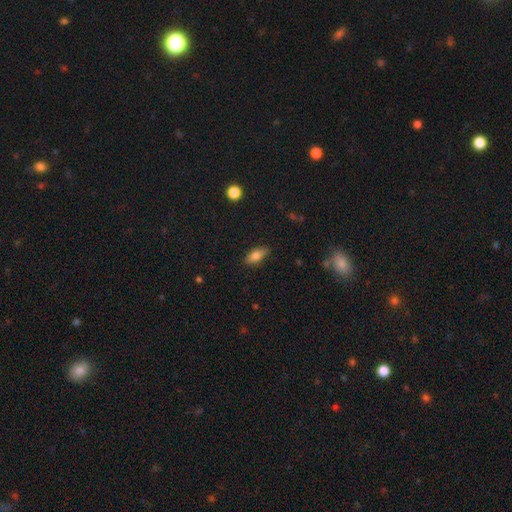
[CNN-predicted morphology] Smooth or featured? smooth (77%)
How rounded? in between (82%)
Merging? none (83%)